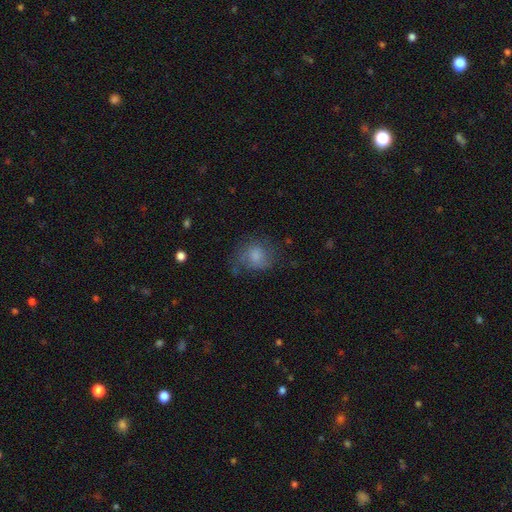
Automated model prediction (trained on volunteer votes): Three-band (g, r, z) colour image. It shows a smooth galaxy with no disk features (61%) that is round (67%). Merging: none (48%).